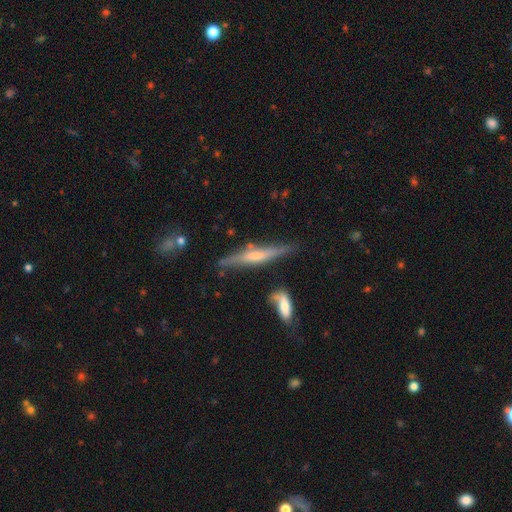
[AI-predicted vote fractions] This is likely a featured or disk galaxy (64%). It is clearly viewed edge-on (94%). Edge-on bulge: likely rounded (62%). Merging: likely none (73%).